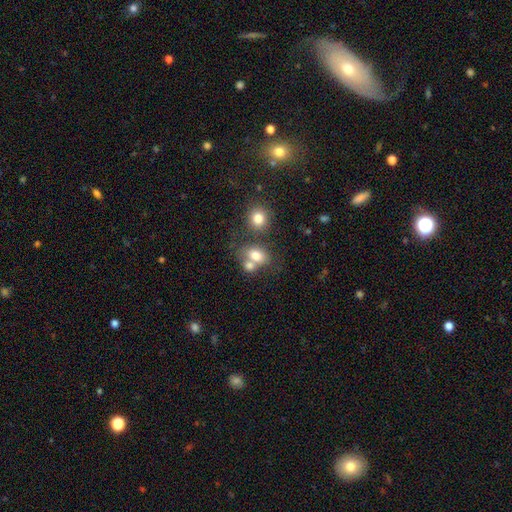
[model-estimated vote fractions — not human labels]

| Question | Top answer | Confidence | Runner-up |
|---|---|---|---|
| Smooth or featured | smooth | 77% | featured or disk (13%) |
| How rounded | in between | 69% | round (30%) |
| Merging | merger | 43% | none (40%) |